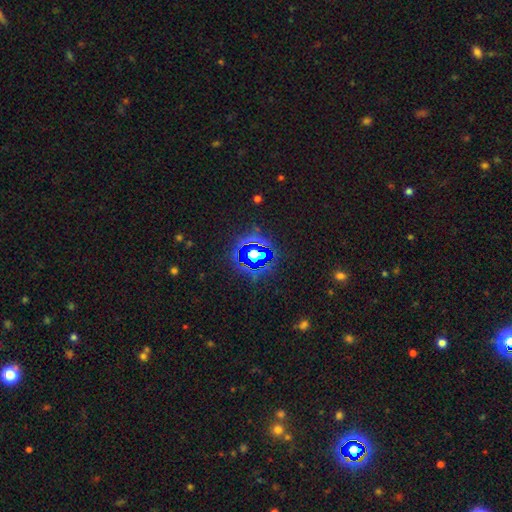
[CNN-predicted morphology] smooth_or_featured: star or artifact (p=0.79) [alt: smooth p=0.13]